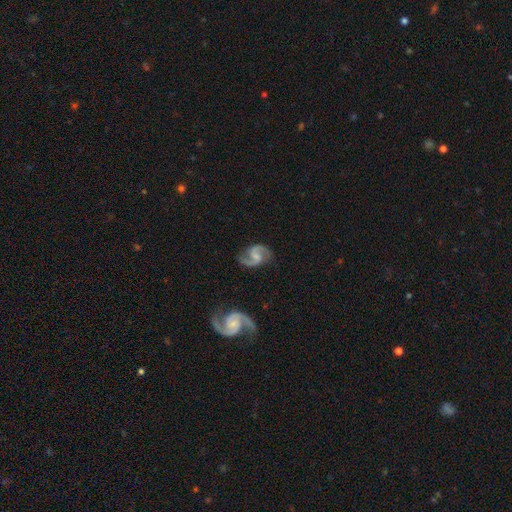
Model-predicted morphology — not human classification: A featured or disk galaxy (91%) with a weak bar (51%), 2 (94%) medium (59%) spiral arms (98%) and a small central bulge (41%).

Vote fractions:
- Smooth or featured? featured or disk: 91% / smooth: 5% / star or artifact: 4%
- Edge-on disk? no: 98% / yes: 2%
- Bar? weak: 51% / no: 34% / strong: 15%
- Spiral arms? yes: 98% / no: 2%
- Spiral winding? medium: 59% / loose: 28% / tight: 13%
- Spiral arm count? 2: 94% / can't tell: 2% / 1: 1% / 3: 1% / 4: 1% / more than 4: 1%
- Bulge size? small: 41% / none: 30% / moderate: 25% / large: 2% / dominant: 1%
- Merging? none: 81% / minor disturbance: 13% / major disturbance: 4% / merger: 2%